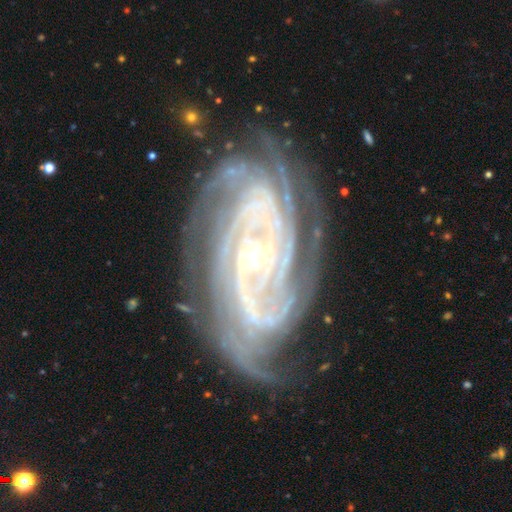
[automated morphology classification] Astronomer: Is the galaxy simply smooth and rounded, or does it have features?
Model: featured or disk — 91%.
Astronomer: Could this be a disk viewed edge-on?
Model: no — 96%.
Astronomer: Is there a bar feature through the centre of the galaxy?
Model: no — 58%.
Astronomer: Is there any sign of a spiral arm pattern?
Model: yes — 99%.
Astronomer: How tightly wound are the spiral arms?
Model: tight — 75%.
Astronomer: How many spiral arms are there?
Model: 4 — 23% (runner-up: 3, 21%).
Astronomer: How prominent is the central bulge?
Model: small — 76%.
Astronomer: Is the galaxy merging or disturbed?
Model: none — 74%.